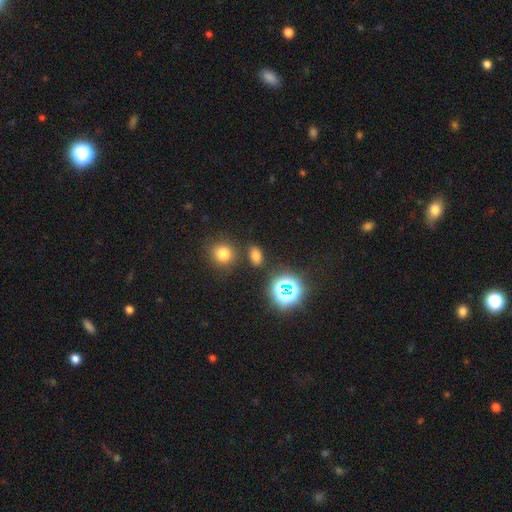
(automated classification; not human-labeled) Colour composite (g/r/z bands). It shows a smooth galaxy with no disk features (67%) that is in between round and cigar-shaped (74%). Merging: none (81%).